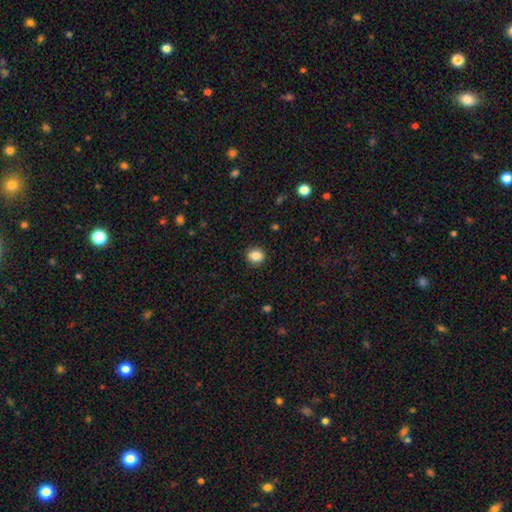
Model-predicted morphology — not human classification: smooth 86%, star or artifact 10%, featured or disk 5%. Down the decision tree: how rounded — round (75%); merging — none (90%).